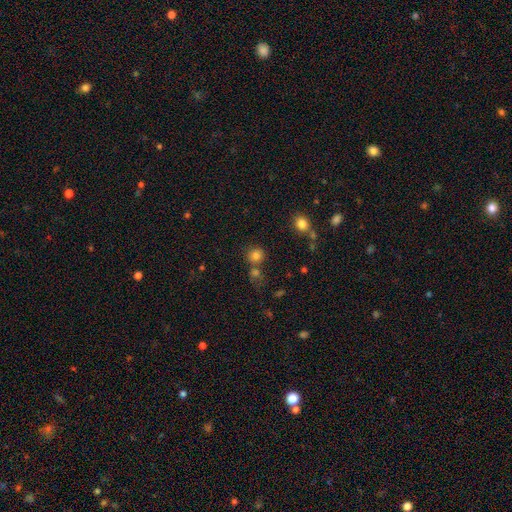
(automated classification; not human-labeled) Smooth or featured? smooth (80%)
How rounded? round (87%)
Merging? none (66%)